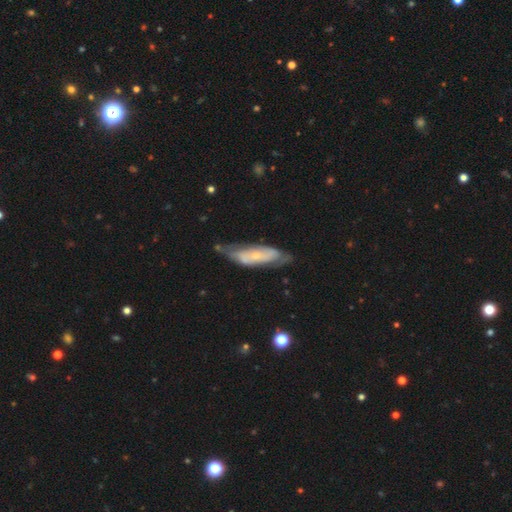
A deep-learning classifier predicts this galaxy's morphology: Q: Smooth or featured?
A: featured or disk (63%); runner-up: smooth (31%)
Q: Edge-on disk?
A: no (72%); runner-up: yes (28%)
Q: Merging?
A: none (59%); runner-up: minor disturbance (28%)